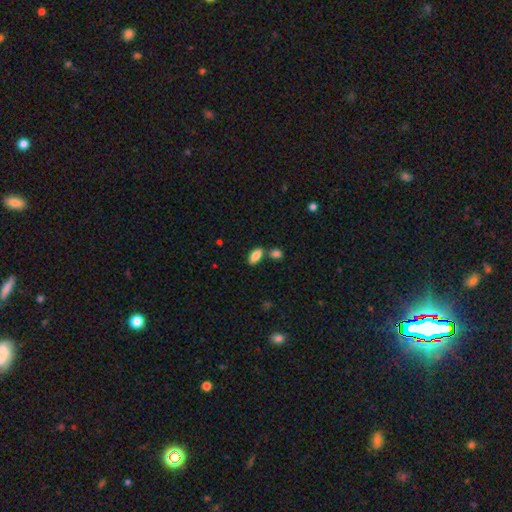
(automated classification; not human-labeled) A smooth galaxy with no disk features (85%) that is in between round and cigar-shaped (87%). Merging: none (69%).